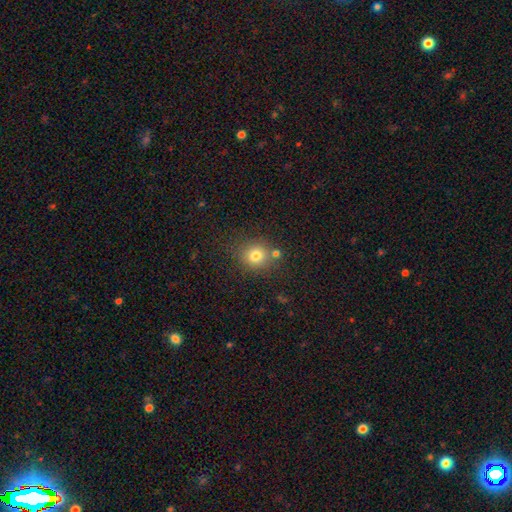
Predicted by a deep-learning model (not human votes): The model was most divided on "smooth or featured": smooth: 77%, star or artifact: 15%, featured or disk: 9%. More confident: how rounded — round (84%); merging — none (75%).